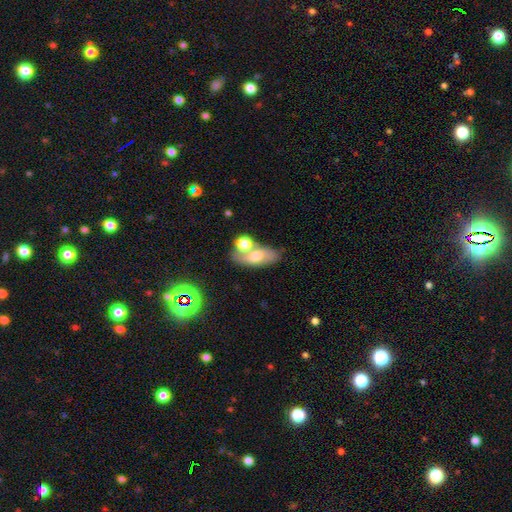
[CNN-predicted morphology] Overall: smooth (61%; featured or disk 29%). How rounded: in between (77%). Merging: none (50%; merger 29%).